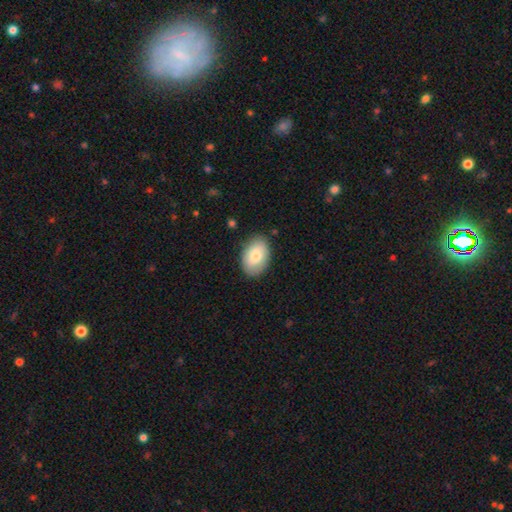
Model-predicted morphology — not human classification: The model was most divided on "smooth or featured": smooth: 75%, featured or disk: 19%, star or artifact: 6%. More confident: how rounded — in between (87%); merging — none (83%).